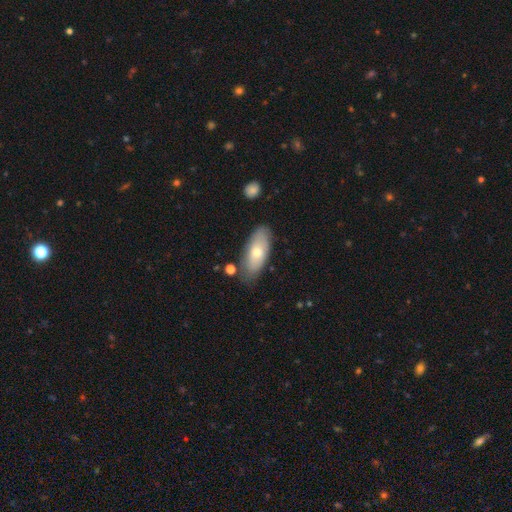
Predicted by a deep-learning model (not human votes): Q: Smooth or featured?
A: smooth (61%); runner-up: featured or disk (30%)
Q: How rounded?
A: in between (79%); runner-up: cigar-shaped (18%)
Q: Merging?
A: none (83%); runner-up: minor disturbance (12%)